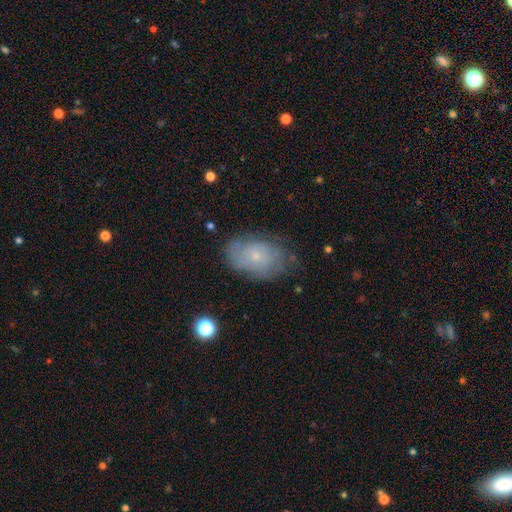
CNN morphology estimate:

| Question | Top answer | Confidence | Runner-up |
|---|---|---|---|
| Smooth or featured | featured or disk | 53% | smooth (38%) |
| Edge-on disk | no | 95% | yes (5%) |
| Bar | no | 83% | weak (15%) |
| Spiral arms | yes | 75% | no (25%) |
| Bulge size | small | 79% | moderate (15%) |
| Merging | none | 71% | minor disturbance (21%) |